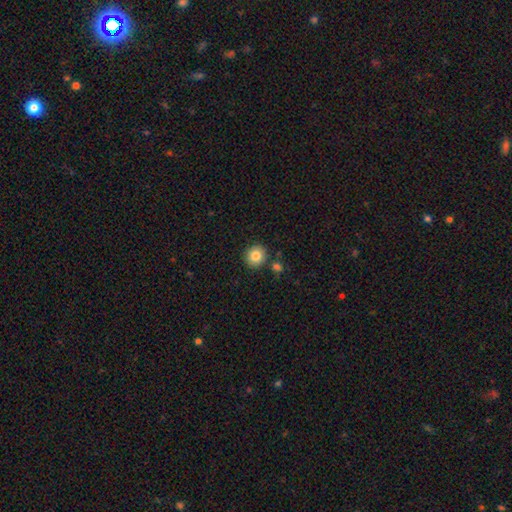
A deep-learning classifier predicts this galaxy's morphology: This appears to be a smooth galaxy with no disk features (84%) that is round (89%). Merging: none (85%).